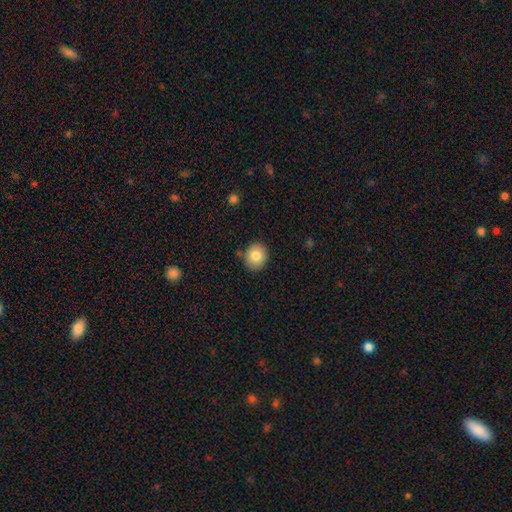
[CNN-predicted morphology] The model was most divided on "how rounded": round: 82%, in between: 17%, cigar-shaped: 1%. More confident: merging — none (86%); smooth or featured — smooth (81%).